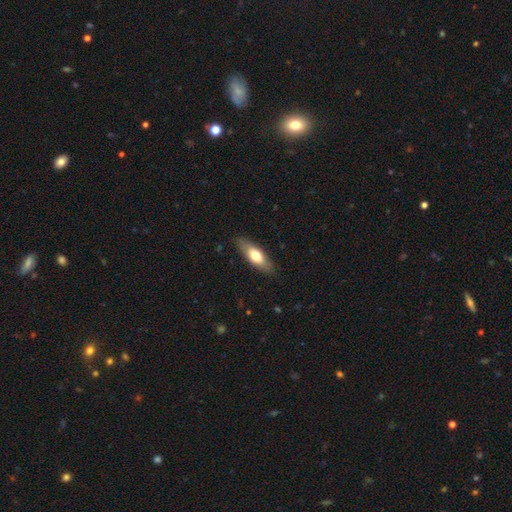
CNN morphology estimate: smooth-or-featured: smooth: 63% | featured or disk: 31% | star or artifact: 6%
  how-rounded: in between: 62% | cigar-shaped: 36% | round: 2%
  merging: none: 85% | minor disturbance: 12% | major disturbance: 2% | merger: 1%